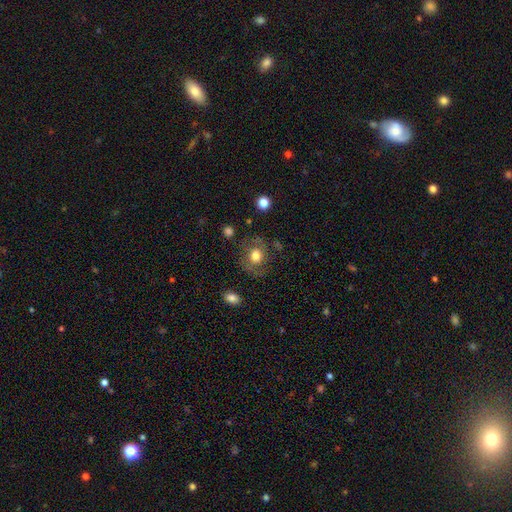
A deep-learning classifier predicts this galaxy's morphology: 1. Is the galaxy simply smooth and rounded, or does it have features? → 61% smooth, 30% featured or disk, 9% star or artifact.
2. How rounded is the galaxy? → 70% round, 29% in between, 1% cigar-shaped.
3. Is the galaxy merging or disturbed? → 72% none, 16% minor disturbance, 9% major disturbance, 2% merger.